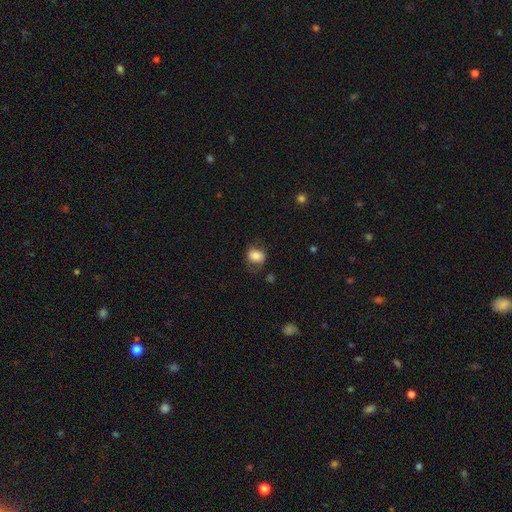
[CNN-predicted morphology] smooth-or-featured: smooth: 77% | featured or disk: 14% | star or artifact: 9%
  how-rounded: in between: 58% | round: 40% | cigar-shaped: 1%
  merging: none: 59% | minor disturbance: 25% | major disturbance: 14% | merger: 2%